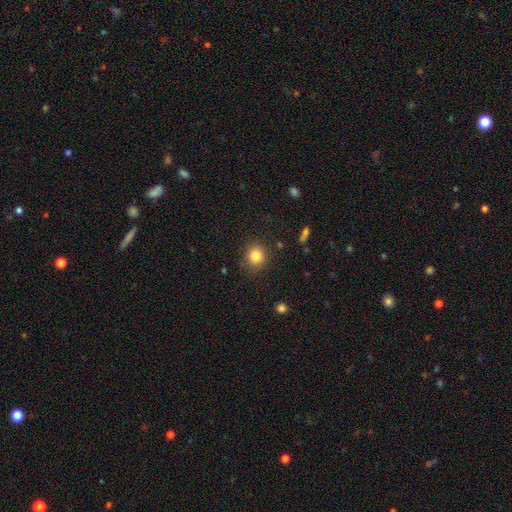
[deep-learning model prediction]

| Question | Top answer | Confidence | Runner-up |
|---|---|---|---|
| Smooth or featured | smooth | 83% | star or artifact (11%) |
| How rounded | round | 85% | in between (14%) |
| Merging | none | 88% | minor disturbance (8%) |